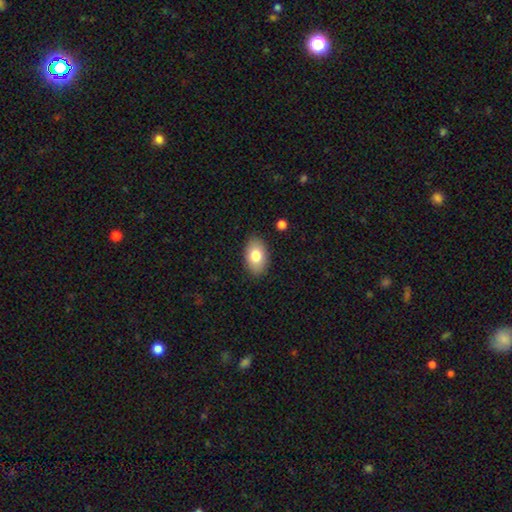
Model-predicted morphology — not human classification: This is clearly a smooth galaxy (80%). How rounded: clearly in between (91%). Merging: clearly none (88%).